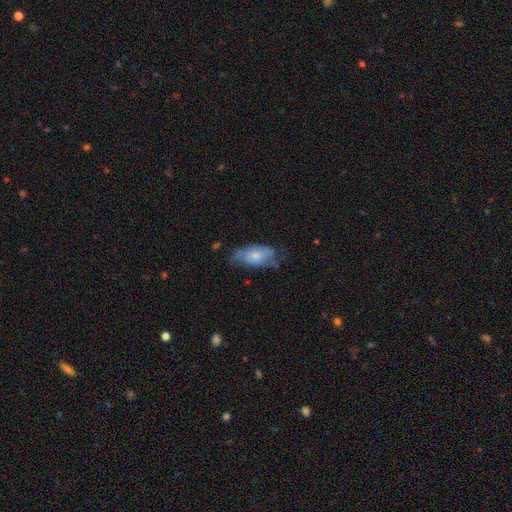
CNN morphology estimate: smooth-or-featured: smooth: 54% | featured or disk: 39% | star or artifact: 7%
  how-rounded: in between: 87% | cigar-shaped: 9% | round: 3%
  merging: none: 50% | minor disturbance: 32% | major disturbance: 16% | merger: 2%